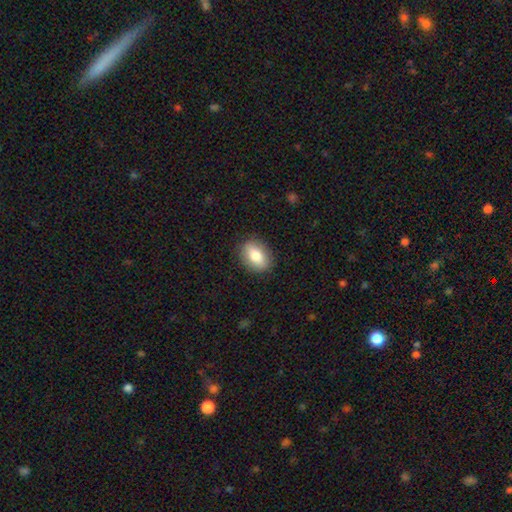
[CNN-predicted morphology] Overall: smooth (80%). How rounded: in between (80%). Merging: none (87%).